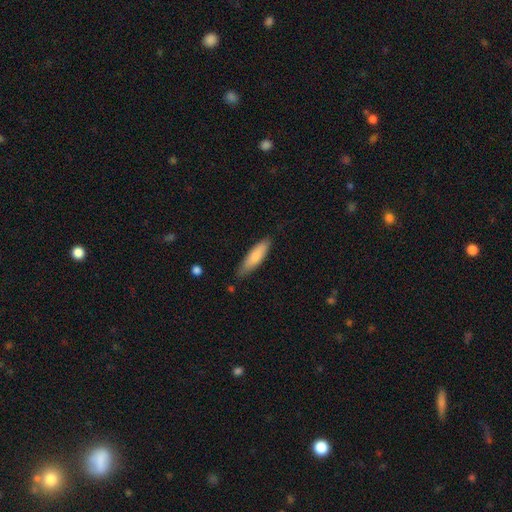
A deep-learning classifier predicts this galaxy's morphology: smooth 80%, featured or disk 15%, star or artifact 5%. Down the decision tree: how rounded — cigar-shaped (61%); merging — none (77%).